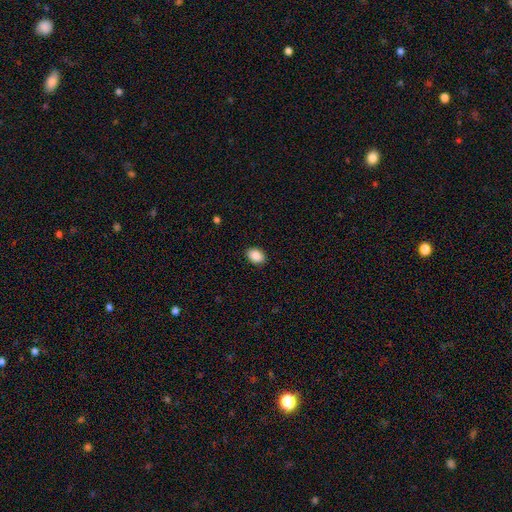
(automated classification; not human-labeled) This appears to be a smooth galaxy with no disk features (89%) that is in between round and cigar-shaped (78%). Merging: none (89%).